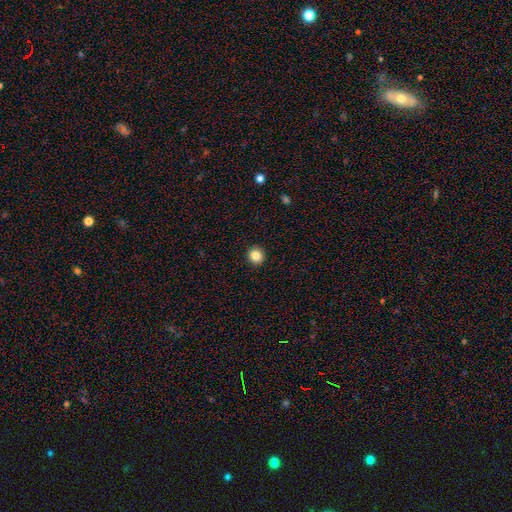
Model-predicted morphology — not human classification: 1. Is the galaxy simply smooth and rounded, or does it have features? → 85% smooth, 10% star or artifact, 5% featured or disk.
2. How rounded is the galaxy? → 92% round, 7% in between, 1% cigar-shaped.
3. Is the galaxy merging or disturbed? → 93% none, 4% minor disturbance, 2% major disturbance, 1% merger.